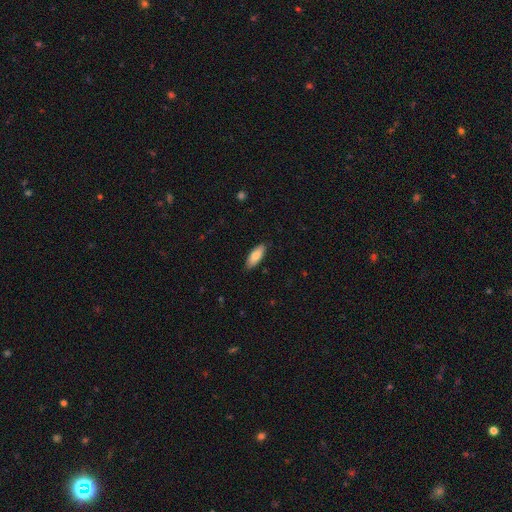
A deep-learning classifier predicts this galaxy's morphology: Smooth or featured? Predicted: smooth (p=0.80). How rounded? Predicted: in between (p=0.77). Merging? Predicted: none (p=0.87).